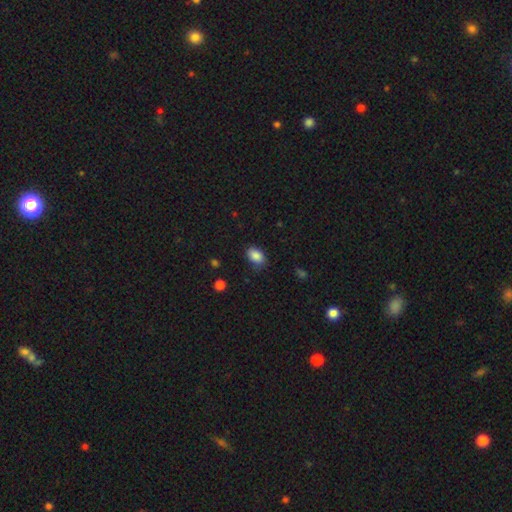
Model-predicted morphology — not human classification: Smooth or featured: smooth — 87% (star or artifact — 8%)
How rounded: in between — 86% (round — 13%)
Merging: none — 77% (minor disturbance — 18%)